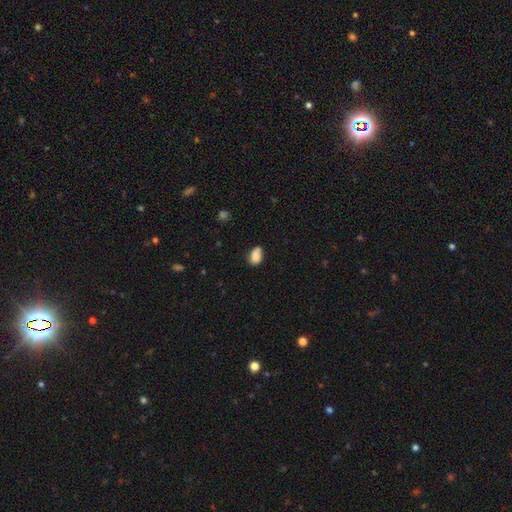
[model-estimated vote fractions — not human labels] The model was most divided on "merging": none: 56%, minor disturbance: 30%, major disturbance: 7%, merger: 7%. More confident: smooth or featured — smooth (83%); how rounded — in between (82%).